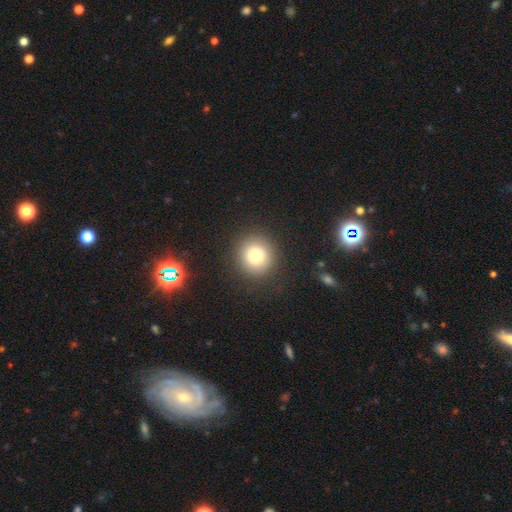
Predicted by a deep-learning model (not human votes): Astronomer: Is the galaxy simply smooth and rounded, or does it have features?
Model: smooth — 77%.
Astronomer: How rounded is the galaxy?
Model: round — 91%.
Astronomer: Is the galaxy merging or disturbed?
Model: none — 88%.